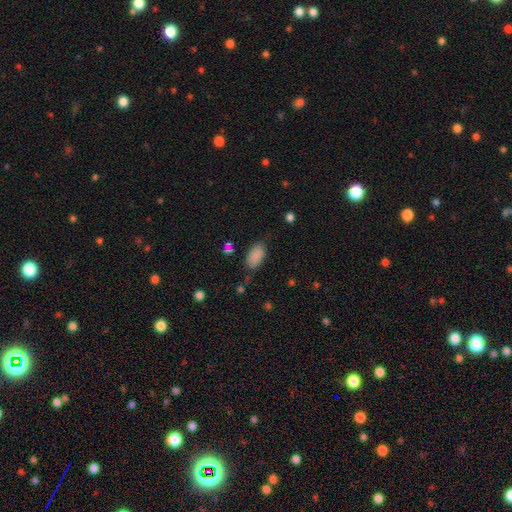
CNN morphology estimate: smooth_or_featured: smooth (p=0.88) [alt: star or artifact p=0.08]
how_rounded: in between (p=0.93) [alt: cigar-shaped p=0.04]
merging: none (p=0.77) [alt: minor disturbance p=0.16]